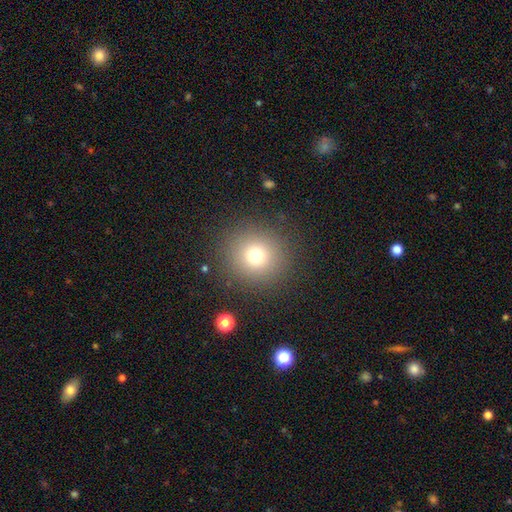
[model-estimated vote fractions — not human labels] A smooth galaxy with no disk features (73%) that is round (94%).

Vote fractions:
- Smooth or featured? smooth: 73% / star or artifact: 17% / featured or disk: 9%
- How rounded? round: 94% / in between: 5% / cigar-shaped: 1%
- Merging? none: 88% / minor disturbance: 6% / major disturbance: 4% / merger: 2%